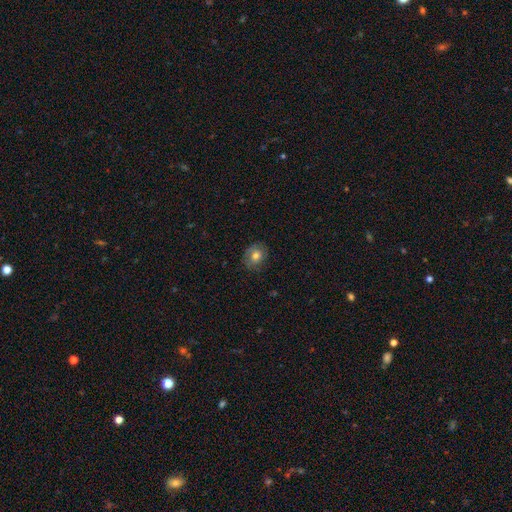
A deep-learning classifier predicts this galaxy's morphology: smooth 55%, featured or disk 36%, star or artifact 9%. Down the decision tree: how rounded — round (64%); merging — none (76%).